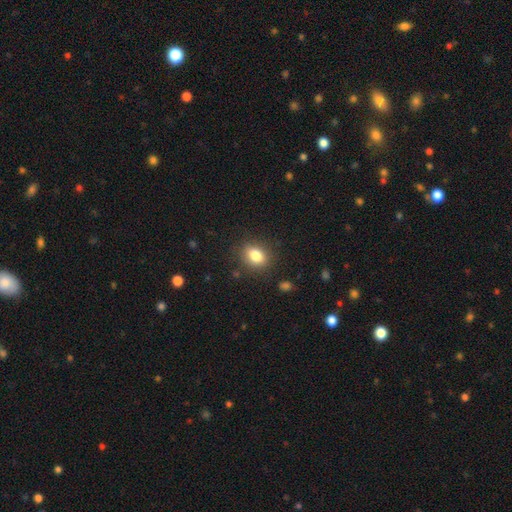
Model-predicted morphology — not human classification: Smooth or featured: smooth — 83% (star or artifact — 10%)
How rounded: in between — 57% (round — 42%)
Merging: none — 85% (minor disturbance — 10%)